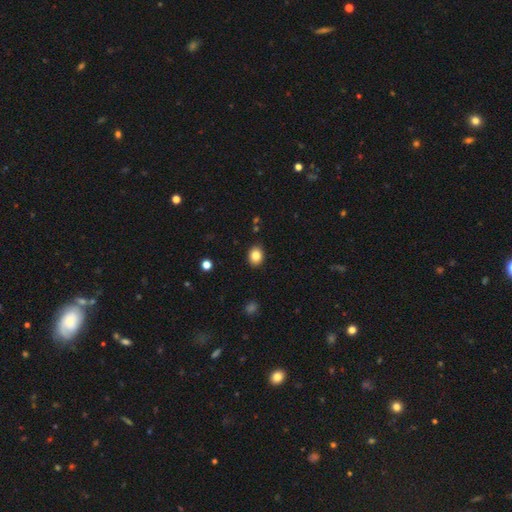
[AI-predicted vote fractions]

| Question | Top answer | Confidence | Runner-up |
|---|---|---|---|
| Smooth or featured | smooth | 83% | star or artifact (10%) |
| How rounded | in between | 55% | round (44%) |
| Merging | none | 88% | minor disturbance (8%) |